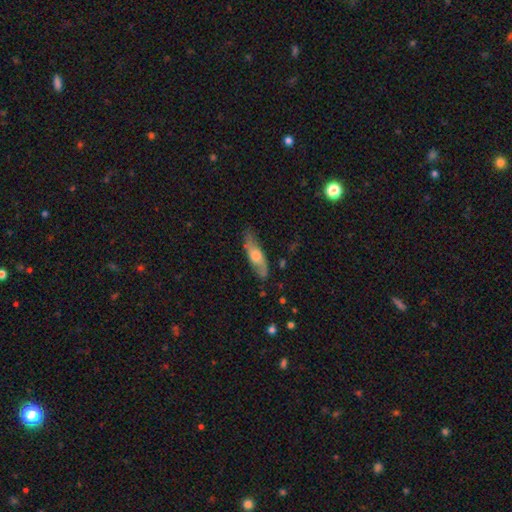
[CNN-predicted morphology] smooth-or-featured: featured or disk: 53% | smooth: 41% | star or artifact: 6%
  disk-edge-on: no: 51% | yes: 49%
  merging: none: 78% | minor disturbance: 17% | major disturbance: 4% | merger: 2%